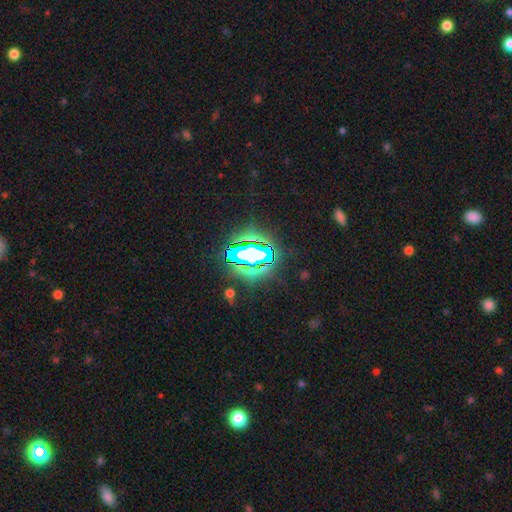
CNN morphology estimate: A star or artifact, not a galaxy (73%).